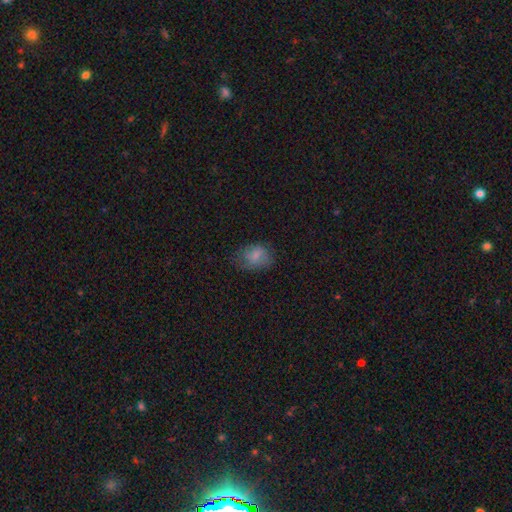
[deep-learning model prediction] This is likely a smooth galaxy (76%). How rounded: likely in between (72%). Merging: possibly none (56%).